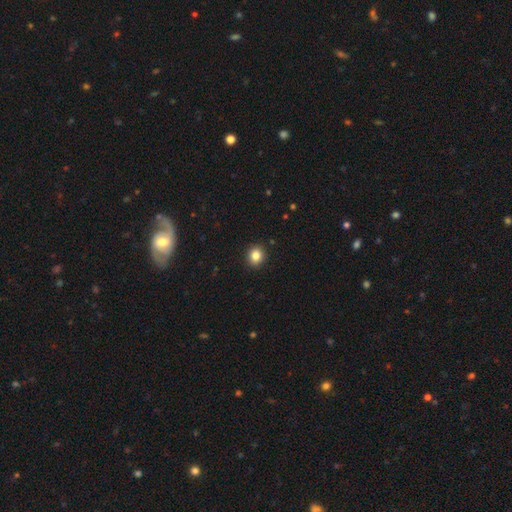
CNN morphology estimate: This is clearly a smooth galaxy (84%). How rounded: likely round (79%). Merging: clearly none (92%).